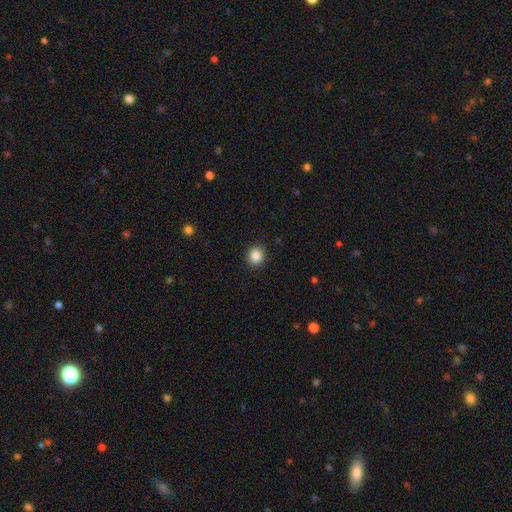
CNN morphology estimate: Overall: smooth (87%). How rounded: round (80%). Merging: none (91%).